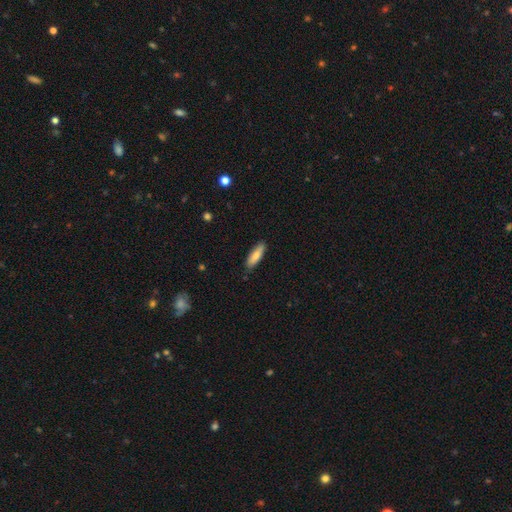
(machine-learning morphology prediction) A smooth galaxy with no disk features (79%) that is cigar-shaped (54%).

Vote fractions:
- Smooth or featured? smooth: 79% / featured or disk: 15% / star or artifact: 6%
- How rounded? cigar-shaped: 54% / in between: 44% / round: 2%
- Merging? none: 85% / minor disturbance: 12% / major disturbance: 2% / merger: 1%